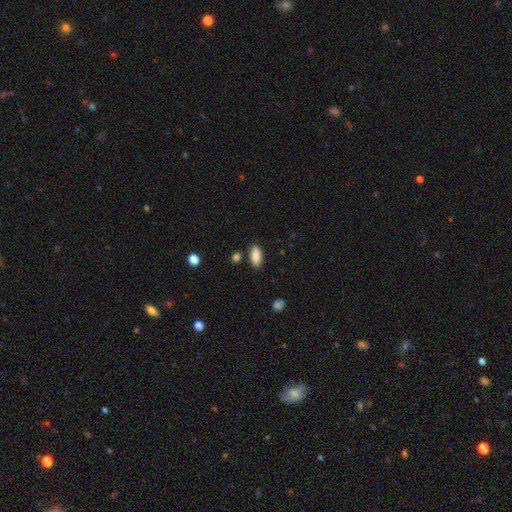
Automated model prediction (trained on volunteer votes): smooth 87%, star or artifact 7%, featured or disk 6%. Down the decision tree: how rounded — in between (86%); merging — none (84%).